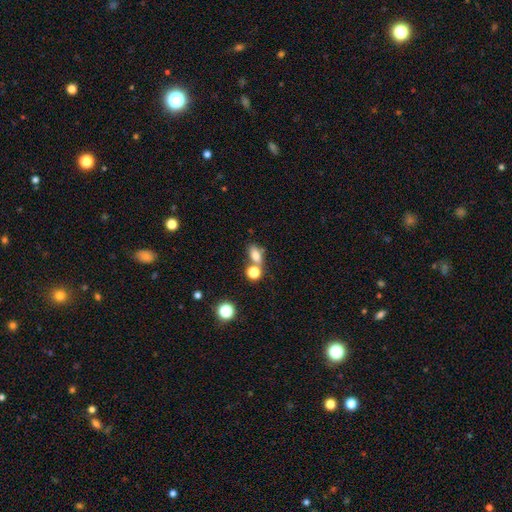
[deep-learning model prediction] Overall: smooth (76%). How rounded: in between (76%). Merging: none (51%; merger 32%).